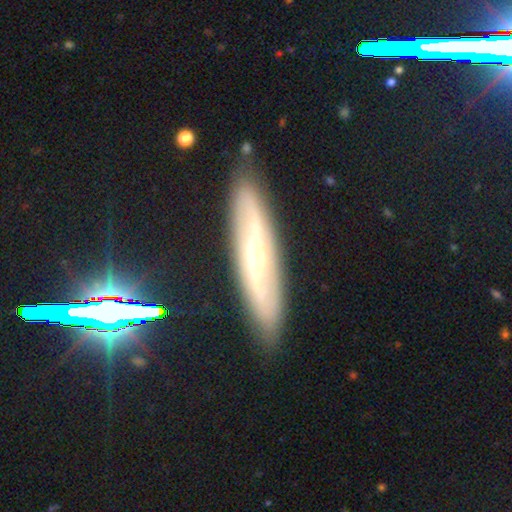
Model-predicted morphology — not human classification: Overall: featured or disk (72%). Edge-on disk: no (53%; yes 47%). Merging: none (86%).